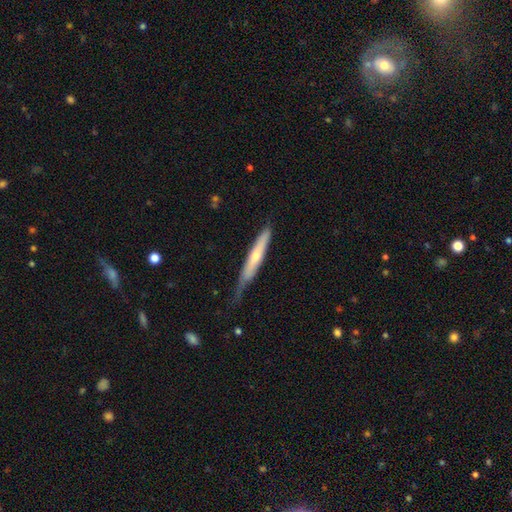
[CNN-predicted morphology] smooth-or-featured: featured or disk: 57% | smooth: 36% | star or artifact: 7%
  disk-edge-on: yes: 91% | no: 9%
    edge-on-bulge: rounded: 68% | none: 28% | boxy: 5%
  merging: none: 66% | minor disturbance: 27% | major disturbance: 5% | merger: 2%